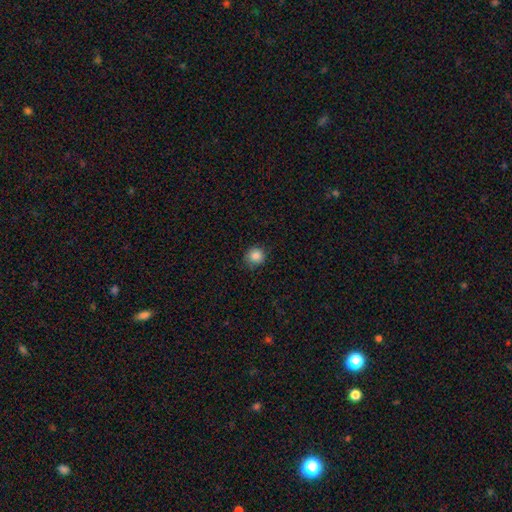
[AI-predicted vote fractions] Overall: smooth (85%). How rounded: round (91%). Merging: none (84%).